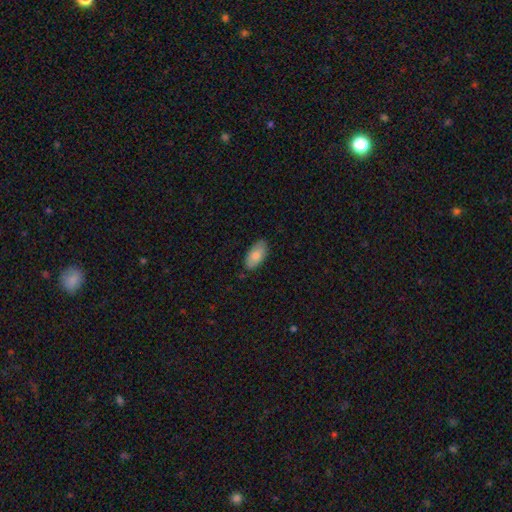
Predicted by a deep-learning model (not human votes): A smooth galaxy with no disk features (81%) that is in between round and cigar-shaped (93%). Merging: none (84%).